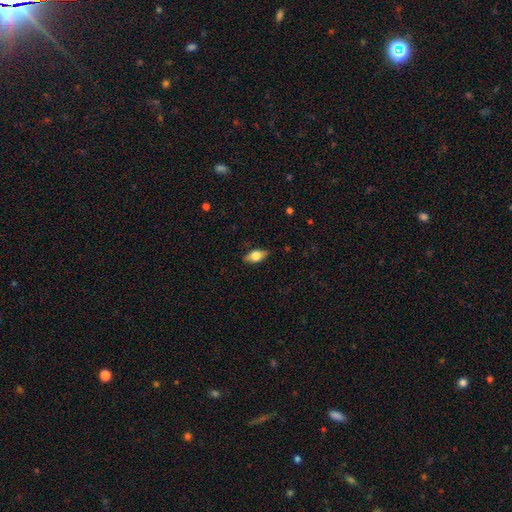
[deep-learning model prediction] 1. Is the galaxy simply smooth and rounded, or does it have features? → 67% smooth, 26% featured or disk, 7% star or artifact.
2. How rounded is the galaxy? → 86% in between, 9% cigar-shaped, 5% round.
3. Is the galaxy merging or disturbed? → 84% none, 13% minor disturbance, 2% major disturbance, 1% merger.